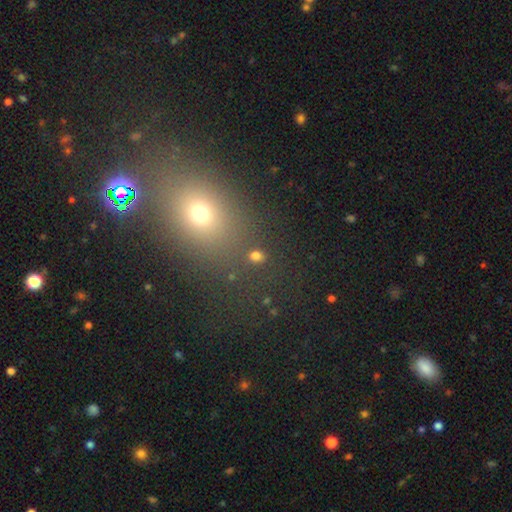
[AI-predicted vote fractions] smooth_or_featured: smooth (p=0.74) [alt: star or artifact p=0.20]
how_rounded: round (p=0.51) [alt: in between p=0.47]
merging: none (p=0.80) [alt: minor disturbance p=0.09]